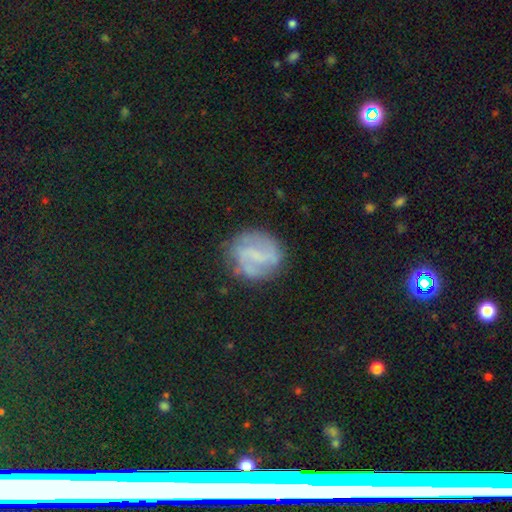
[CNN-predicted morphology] A featured or disk galaxy (58%) with a weak bar (42%), spiral arms (70%) and no central bulge (56%). Merging: none (72%).